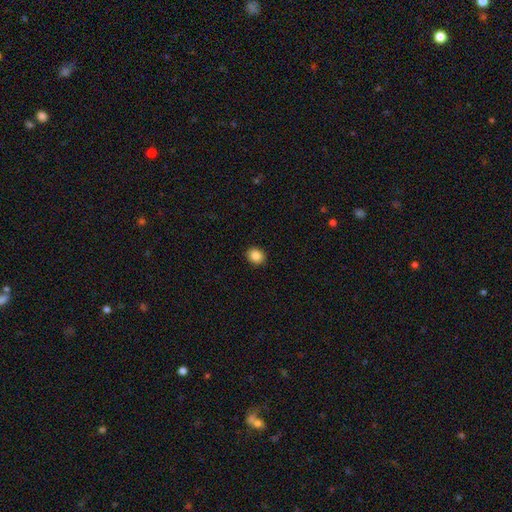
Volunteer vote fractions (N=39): Smooth or featured? smooth (90%)
How rounded? round (71%)
Merging? none (89%)